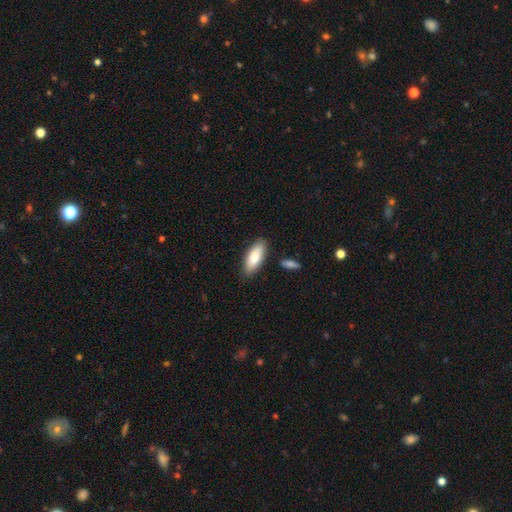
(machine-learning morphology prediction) smooth_or_featured: smooth (p=0.80) [alt: featured or disk p=0.14]
how_rounded: in between (p=0.78) [alt: cigar-shaped p=0.20]
merging: none (p=0.84) [alt: minor disturbance p=0.10]